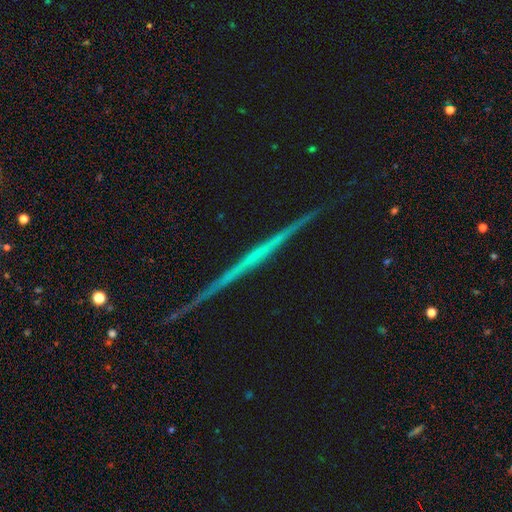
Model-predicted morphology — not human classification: featured or disk 74%, smooth 16%, star or artifact 10%. Down the decision tree: edge-on disk — yes (98%); edge-on bulge — none (85%); merging — none (92%).